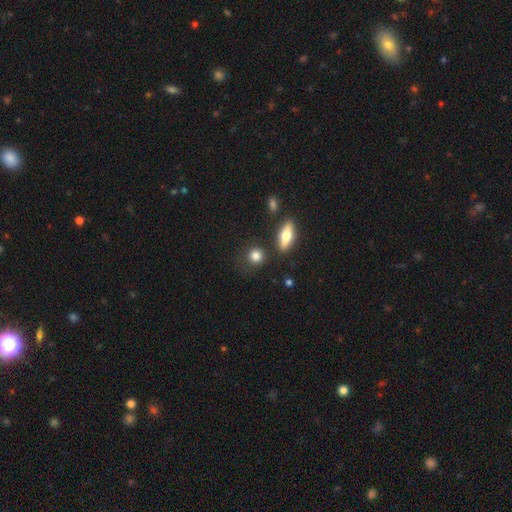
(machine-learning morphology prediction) smooth 83%, star or artifact 9%, featured or disk 8%. Down the decision tree: how rounded — round (77%); merging — none (79%).